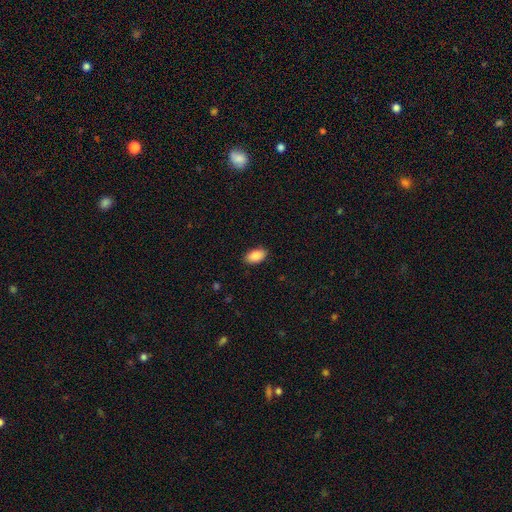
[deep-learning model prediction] Morphology: type=smooth (89%); roundness=in between (94%); merging=none (88%).